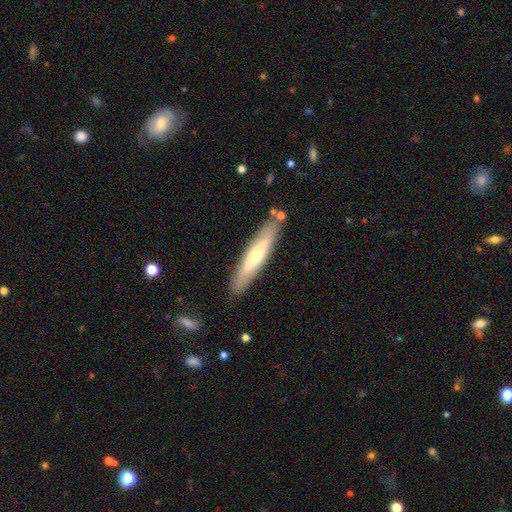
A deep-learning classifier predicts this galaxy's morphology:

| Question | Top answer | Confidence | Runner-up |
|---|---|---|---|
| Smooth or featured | featured or disk | 48% | smooth (44%) |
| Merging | none | 84% | minor disturbance (11%) |